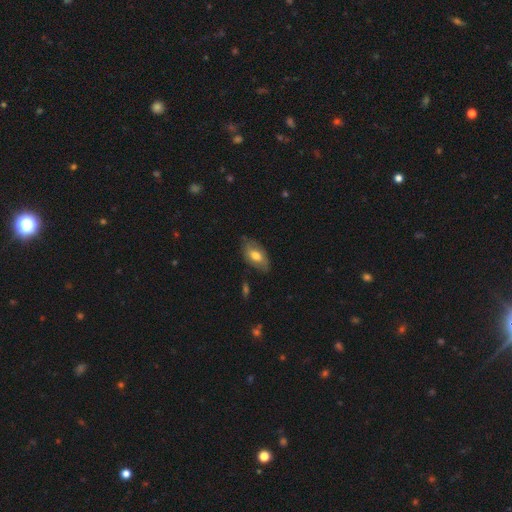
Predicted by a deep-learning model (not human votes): This is possibly a smooth galaxy (55%). How rounded: clearly in between (91%). Merging: likely none (71%).